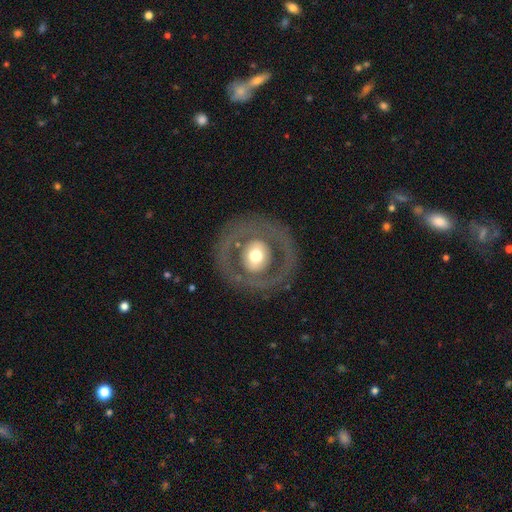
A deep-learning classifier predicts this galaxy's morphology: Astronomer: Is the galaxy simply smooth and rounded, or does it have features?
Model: featured or disk — 56% (runner-up: smooth, 38%).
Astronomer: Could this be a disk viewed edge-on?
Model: no — 94%.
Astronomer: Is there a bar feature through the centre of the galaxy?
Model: no — 77%.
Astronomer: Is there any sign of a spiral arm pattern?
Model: no — 87%.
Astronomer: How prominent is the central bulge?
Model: moderate — 58%.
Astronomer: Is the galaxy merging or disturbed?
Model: none — 82%.